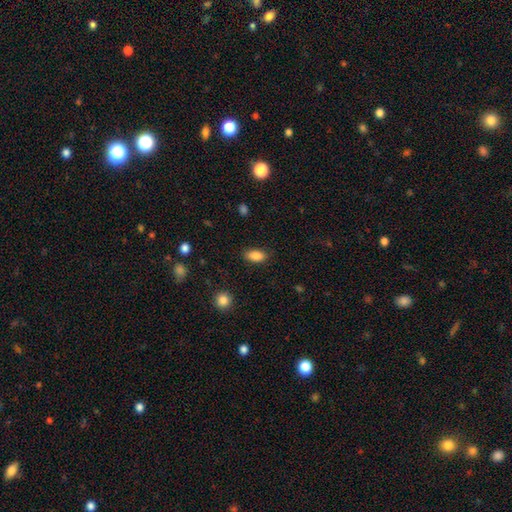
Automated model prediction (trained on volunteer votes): Smooth or featured: smooth — 87% (star or artifact — 8%)
How rounded: in between — 90% (cigar-shaped — 6%)
Merging: none — 85% (minor disturbance — 11%)